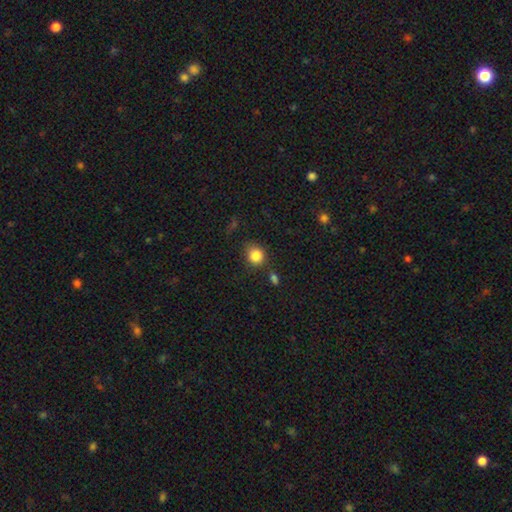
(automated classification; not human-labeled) smooth-or-featured: smooth: 85% | star or artifact: 10% | featured or disk: 5%
  how-rounded: round: 79% | in between: 20% | cigar-shaped: 1%
  merging: none: 74% | minor disturbance: 16% | merger: 5% | major disturbance: 5%